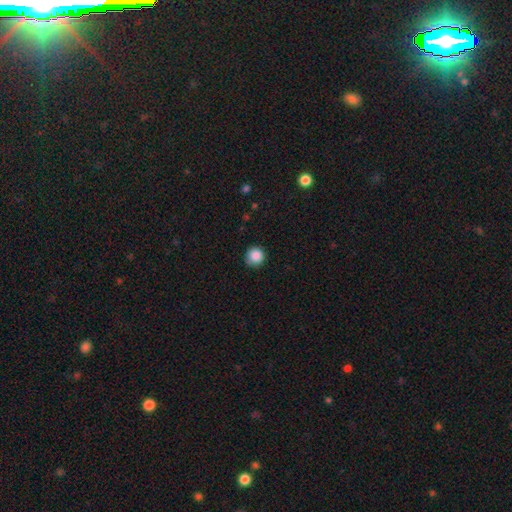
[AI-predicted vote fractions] Smooth or featured? smooth (87%)
How rounded? round (94%)
Merging? none (84%)